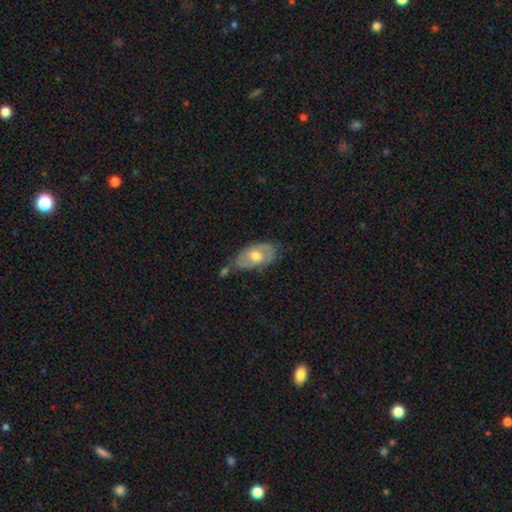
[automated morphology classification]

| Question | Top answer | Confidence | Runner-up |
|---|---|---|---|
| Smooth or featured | featured or disk | 51% | smooth (43%) |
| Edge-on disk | no | 89% | yes (11%) |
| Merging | none | 56% | minor disturbance (27%) |